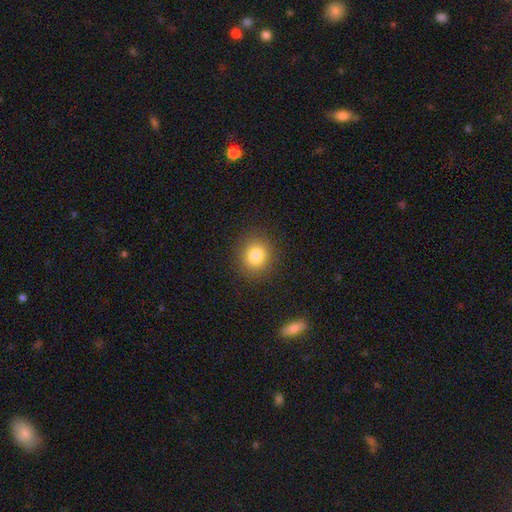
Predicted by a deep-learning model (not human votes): A smooth galaxy with no disk features (81%) that is round (83%). Merging: none (89%).